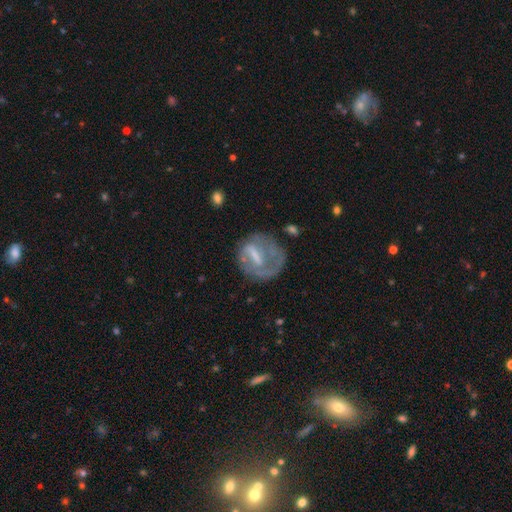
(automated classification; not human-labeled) A featured or disk galaxy (62%) with a strong bar (42%), no spiral arms (50%, tied with yes) and no central bulge (36%). Merging: none (49%).